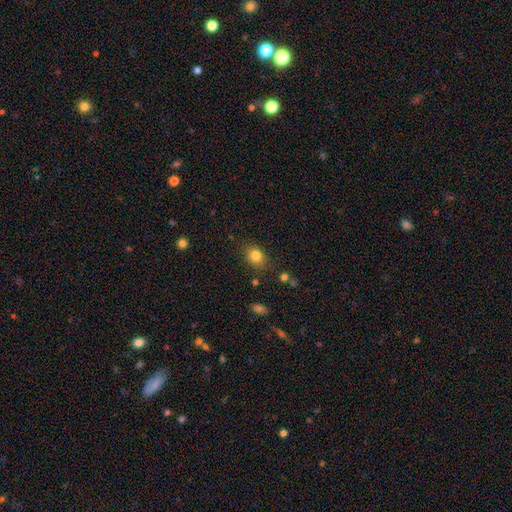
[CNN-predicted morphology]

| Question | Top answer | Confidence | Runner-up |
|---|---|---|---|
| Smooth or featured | smooth | 81% | star or artifact (11%) |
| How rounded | round | 52% | in between (47%) |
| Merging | none | 81% | minor disturbance (13%) |